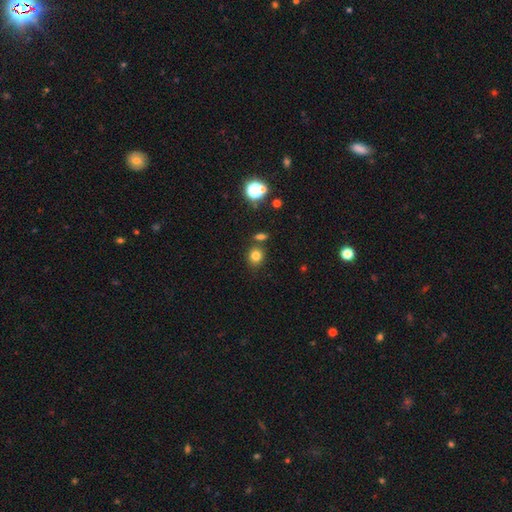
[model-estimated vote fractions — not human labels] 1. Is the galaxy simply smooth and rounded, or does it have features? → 79% smooth, 15% star or artifact, 7% featured or disk.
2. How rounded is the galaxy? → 75% round, 24% in between, 1% cigar-shaped.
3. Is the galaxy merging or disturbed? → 72% none, 14% merger, 11% minor disturbance, 3% major disturbance.